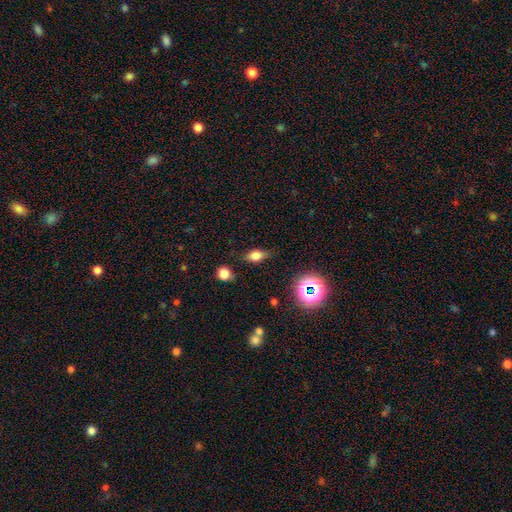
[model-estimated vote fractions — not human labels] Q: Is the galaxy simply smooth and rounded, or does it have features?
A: smooth — 72%.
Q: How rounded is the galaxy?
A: in between — 75%.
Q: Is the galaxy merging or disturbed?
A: none — 73%.